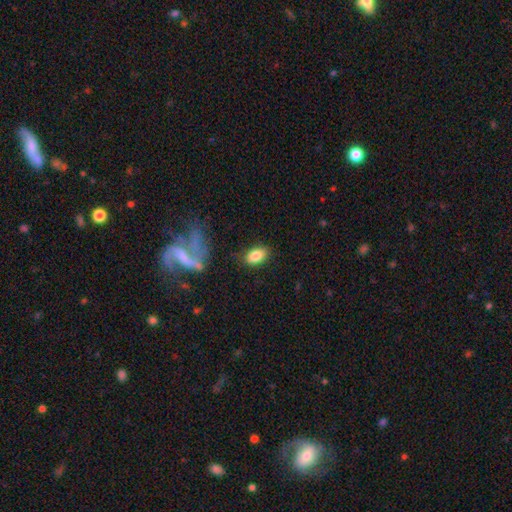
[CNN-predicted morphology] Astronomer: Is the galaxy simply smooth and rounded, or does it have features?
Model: smooth — 84%.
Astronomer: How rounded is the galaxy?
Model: in between — 90%.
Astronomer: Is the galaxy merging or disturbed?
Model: none — 81%.